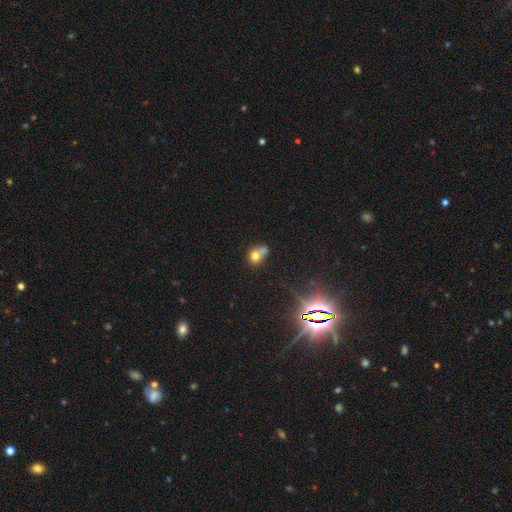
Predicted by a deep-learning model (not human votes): smooth-or-featured: smooth: 68% | featured or disk: 16% | star or artifact: 16%
  how-rounded: round: 55% | in between: 43% | cigar-shaped: 2%
  merging: merger: 48% | none: 30% | minor disturbance: 14% | major disturbance: 8%